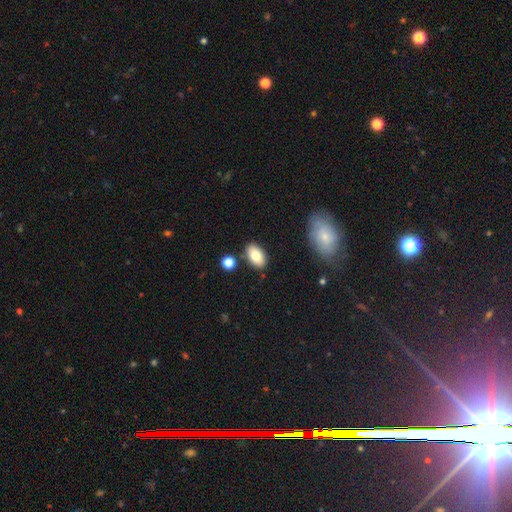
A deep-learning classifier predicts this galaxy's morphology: Overall: smooth (81%). How rounded: in between (92%). Merging: none (83%).